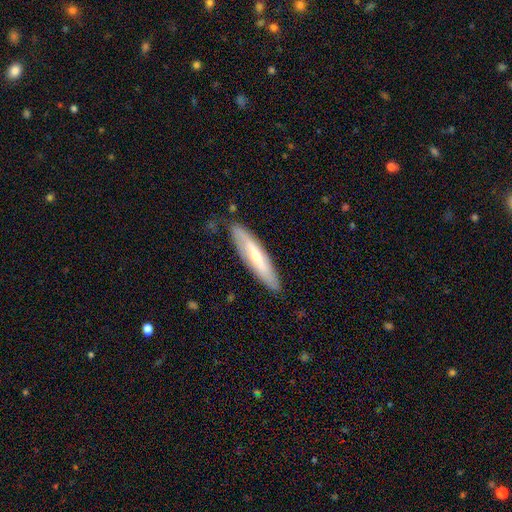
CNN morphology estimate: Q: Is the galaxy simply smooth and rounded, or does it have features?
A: featured or disk — 50%.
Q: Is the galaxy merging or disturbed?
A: none — 83%.